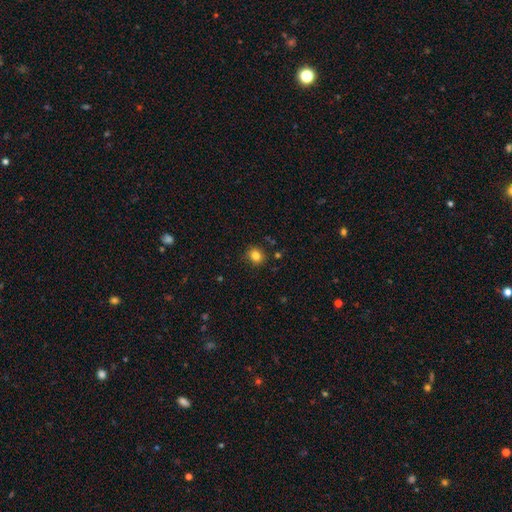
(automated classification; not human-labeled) Smooth or featured?
  - smooth: 83% *
  - star or artifact: 12%
  - featured or disk: 5%
How rounded?
  - round: 83% *
  - in between: 16%
  - cigar-shaped: 1%
Merging?
  - none: 87% *
  - minor disturbance: 9%
  - major disturbance: 2%
  - merger: 2%